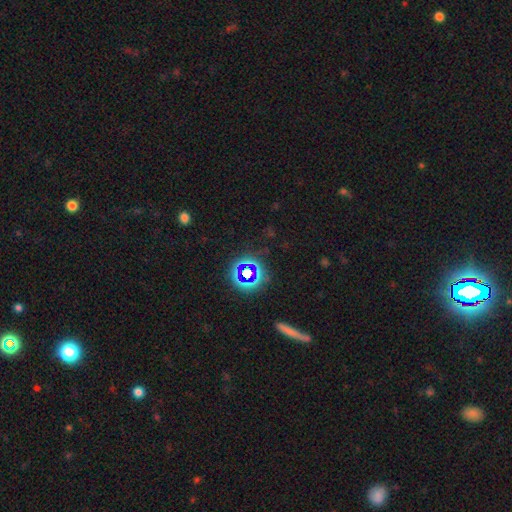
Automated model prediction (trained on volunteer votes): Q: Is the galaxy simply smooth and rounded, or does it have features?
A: star or artifact — 47%.